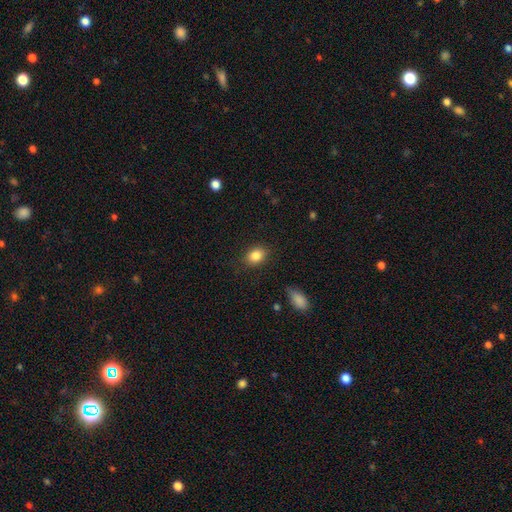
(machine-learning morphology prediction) type=smooth (85%); roundness=in between (65%); merging=none (84%).